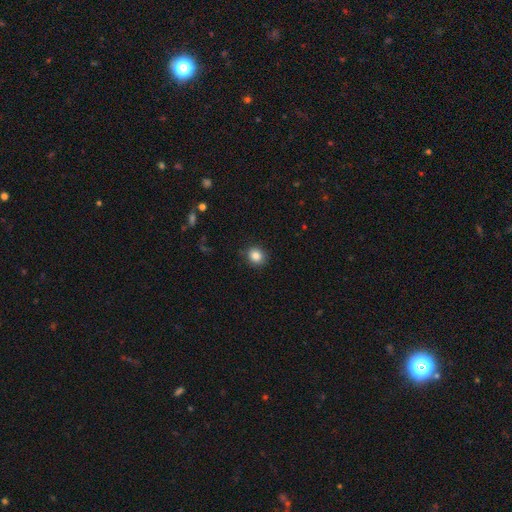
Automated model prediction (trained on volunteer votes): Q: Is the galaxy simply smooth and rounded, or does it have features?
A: smooth — 85%.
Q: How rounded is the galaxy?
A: round — 83%.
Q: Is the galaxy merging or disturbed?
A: none — 87%.